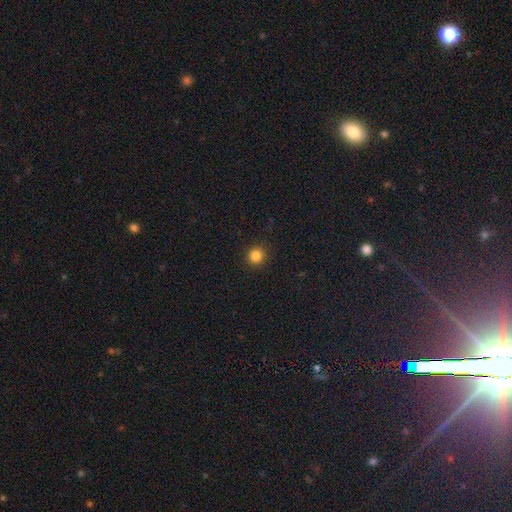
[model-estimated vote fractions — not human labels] A smooth galaxy with no disk features (84%) that is round (93%). Merging: none (91%).